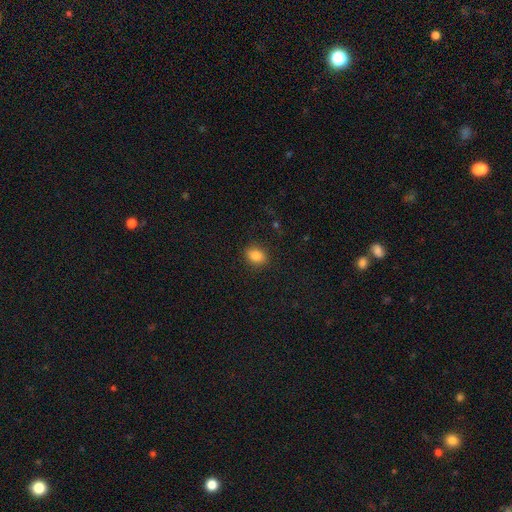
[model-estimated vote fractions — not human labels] Smooth or featured? smooth (84%)
How rounded? in between (62%)
Merging? none (88%)